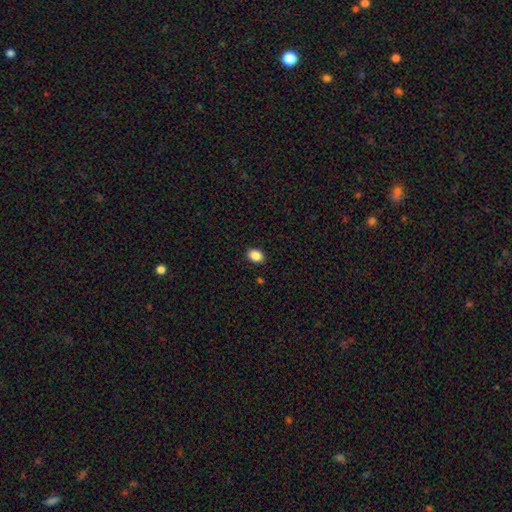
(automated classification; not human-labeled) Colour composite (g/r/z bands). It shows a smooth galaxy with no disk features (87%) that is in between round and cigar-shaped (74%). Merging: none (90%).